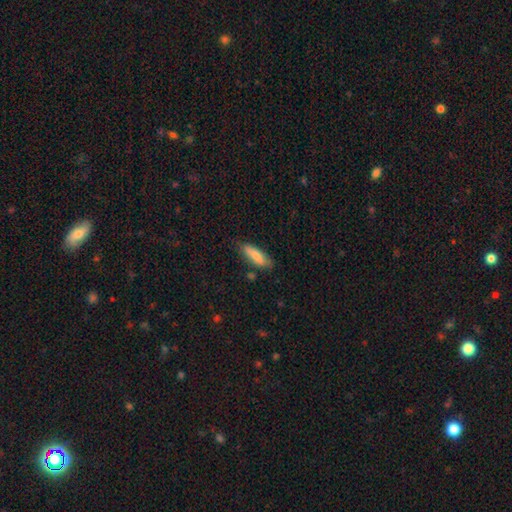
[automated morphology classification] Smooth or featured? Predicted: smooth (p=0.82). How rounded? Predicted: cigar-shaped (p=0.50). Merging? Predicted: none (p=0.75).